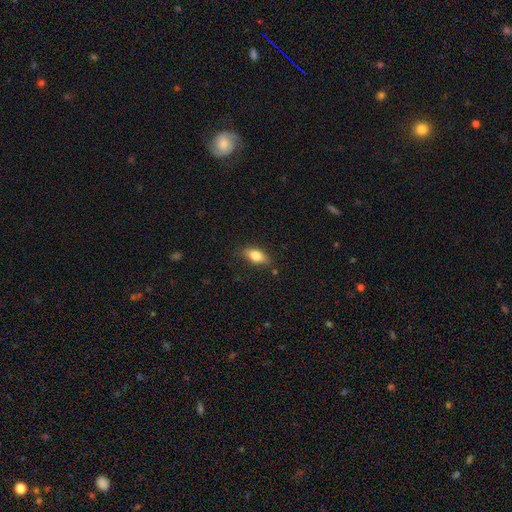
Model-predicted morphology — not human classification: A smooth galaxy with no disk features (78%) that is in between round and cigar-shaped (81%). Merging: none (80%).